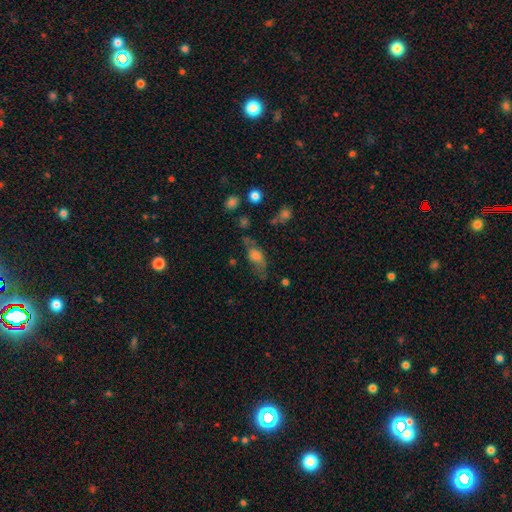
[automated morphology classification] This is possibly a smooth galaxy (50%). Merging: possibly none (51%).